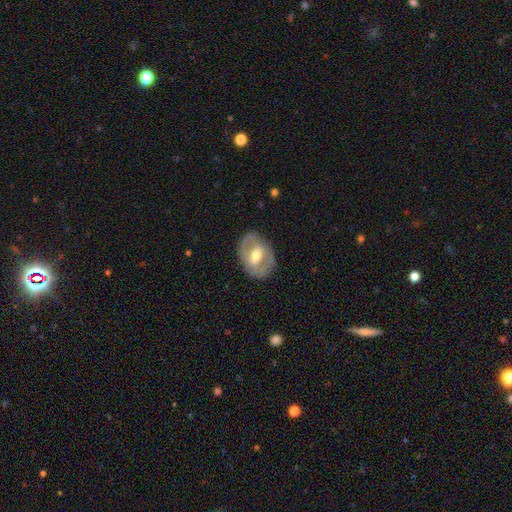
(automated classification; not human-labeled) Smooth or featured? Predicted: featured or disk (p=0.65). Edge-on disk? Predicted: no (p=0.93). Bar? Predicted: weak (p=0.42). Spiral arms? Predicted: no (p=0.51). Bulge size? Predicted: moderate (p=0.74). Merging? Predicted: none (p=0.81).